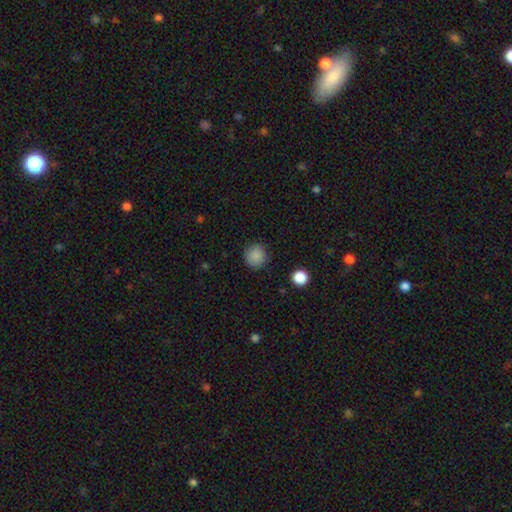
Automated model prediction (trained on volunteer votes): smooth_or_featured: smooth (p=0.87) [alt: star or artifact p=0.10]
how_rounded: round (p=0.92) [alt: in between p=0.07]
merging: none (p=0.88) [alt: minor disturbance p=0.08]